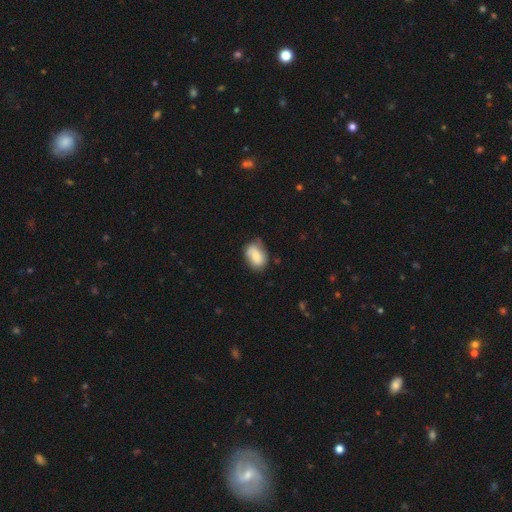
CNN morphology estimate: Q: Smooth or featured?
A: smooth (60%); runner-up: featured or disk (32%)
Q: How rounded?
A: in between (76%); runner-up: round (23%)
Q: Merging?
A: none (57%); runner-up: minor disturbance (31%)